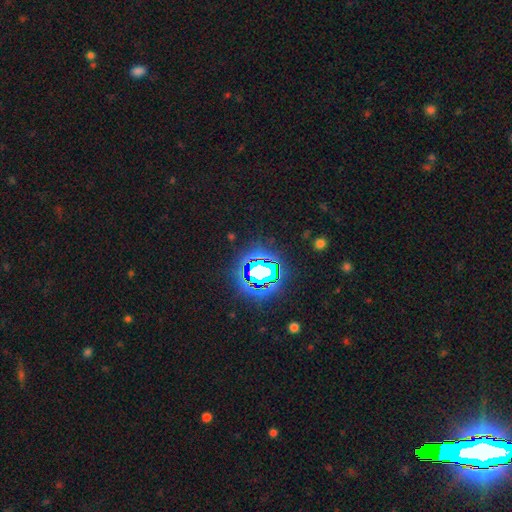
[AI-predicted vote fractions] smooth_or_featured: star or artifact (p=0.84) [alt: smooth p=0.10]